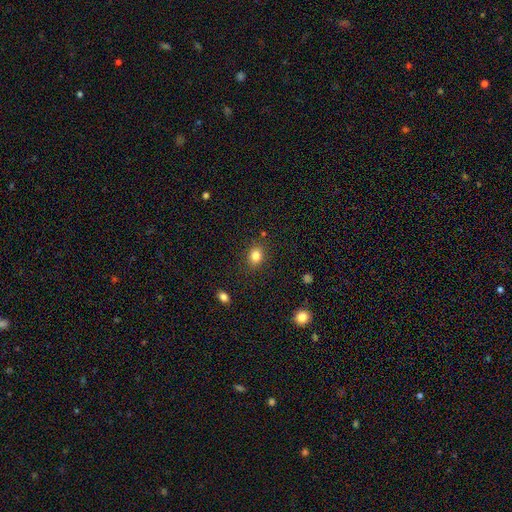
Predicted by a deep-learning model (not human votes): smooth-or-featured: smooth: 83% | star or artifact: 11% | featured or disk: 6%
  how-rounded: in between: 53% | round: 46% | cigar-shaped: 1%
  merging: none: 84% | minor disturbance: 10% | major disturbance: 3% | merger: 2%